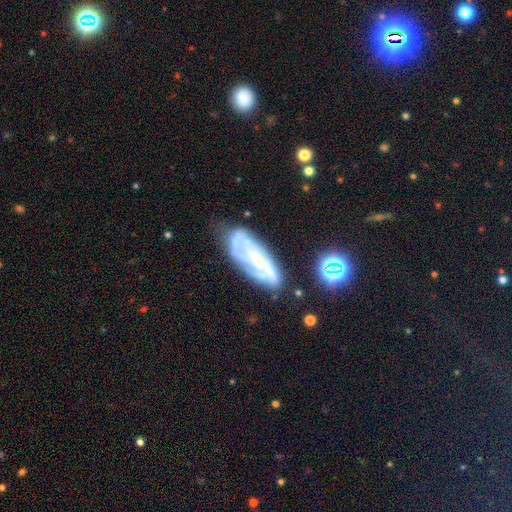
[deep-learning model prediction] Smooth or featured?
  - featured or disk: 70% *
  - smooth: 20%
  - star or artifact: 10%
Edge-on disk?
  - no: 90% *
  - yes: 10%
Bar?
  - no: 67% *
  - weak: 24%
  - strong: 9%
Spiral arms?
  - yes: 66% *
  - no: 34%
Bulge size?
  - small: 40% *
  - none: 35%
  - moderate: 19%
  - large: 4%
  - dominant: 2%
Merging?
  - none: 55% *
  - minor disturbance: 25%
  - major disturbance: 15%
  - merger: 5%